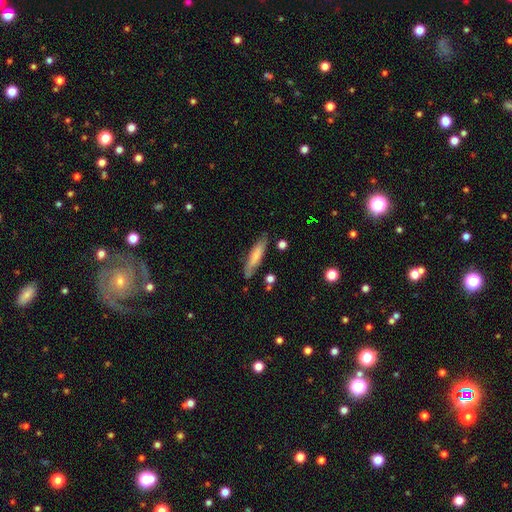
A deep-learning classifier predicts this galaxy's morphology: Smooth or featured? Predicted: smooth (p=0.66). How rounded? Predicted: cigar-shaped (p=0.77). Merging? Predicted: none (p=0.78).